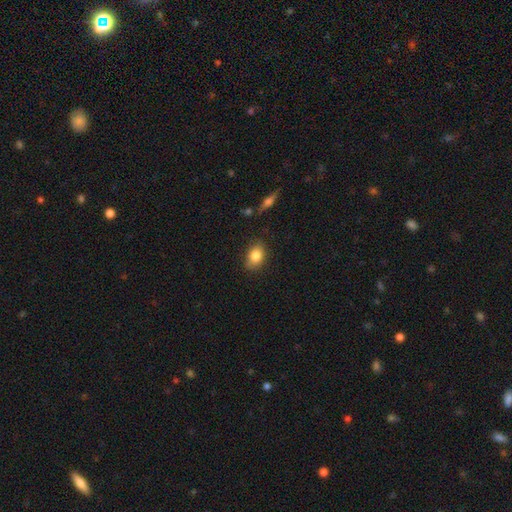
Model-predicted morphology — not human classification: smooth_or_featured: smooth (p=0.83) [alt: featured or disk p=0.09]
how_rounded: in between (p=0.73) [alt: round p=0.25]
merging: none (p=0.81) [alt: minor disturbance p=0.14]